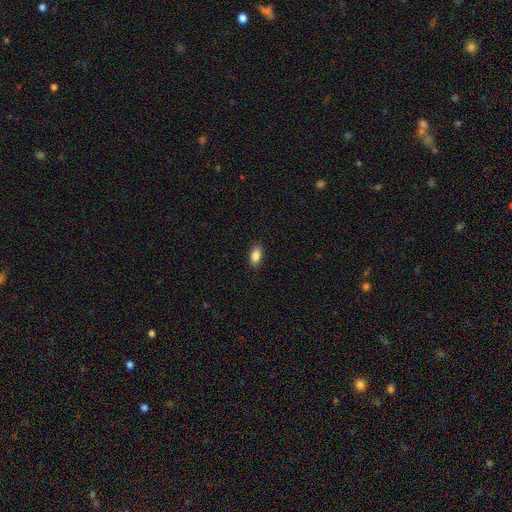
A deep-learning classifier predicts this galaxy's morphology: smooth_or_featured: smooth (p=0.87) [alt: star or artifact p=0.07]
how_rounded: in between (p=0.90) [alt: cigar-shaped p=0.06]
merging: none (p=0.89) [alt: minor disturbance p=0.08]